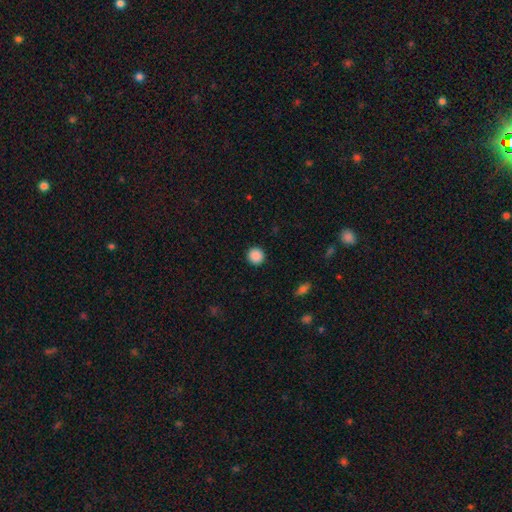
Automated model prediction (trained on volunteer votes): Q: Smooth or featured?
A: smooth (89%); runner-up: star or artifact (9%)
Q: How rounded?
A: round (94%); runner-up: in between (5%)
Q: Merging?
A: none (93%); runner-up: minor disturbance (5%)